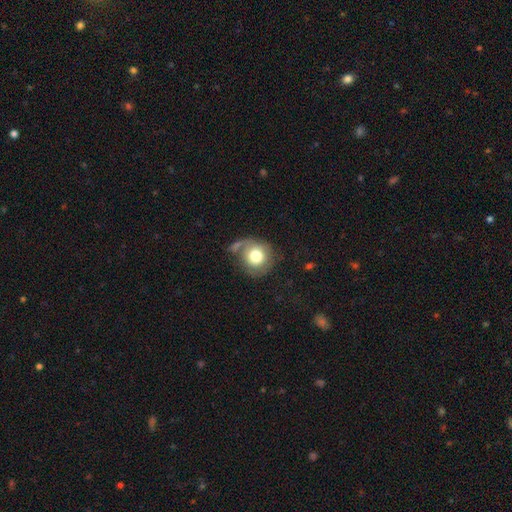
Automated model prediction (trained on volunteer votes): Morphology: type=smooth (72%); roundness=round (85%); merging=none (49%).